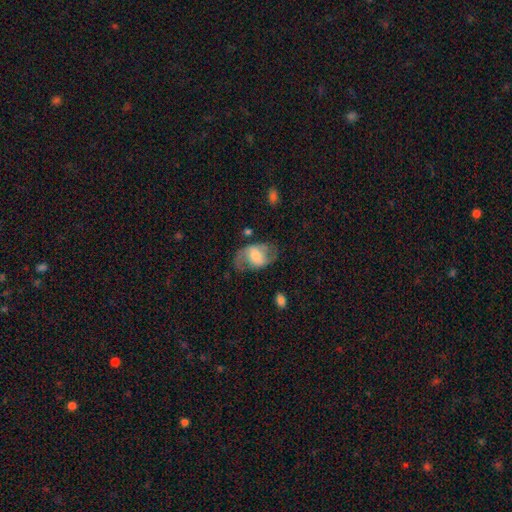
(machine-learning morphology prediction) This is possibly a featured or disk galaxy (56%). It is clearly not viewed edge-on (95%). Bar: marginally weak (41%). Spiral arm pattern: likely yes (74%). Central bulge: marginally moderate (34%). Merging: possibly none (58%).